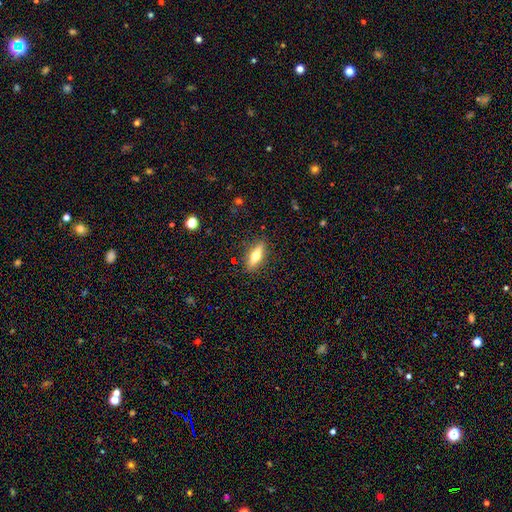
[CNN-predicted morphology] smooth-or-featured: smooth: 48% | featured or disk: 45% | star or artifact: 7%
  merging: none: 87% | minor disturbance: 9% | major disturbance: 3% | merger: 1%